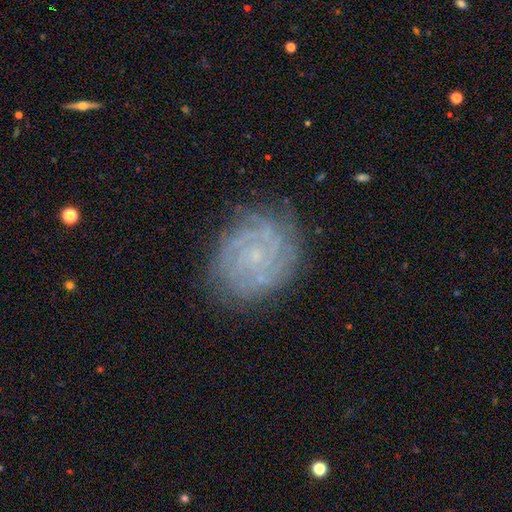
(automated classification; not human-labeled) A featured or disk galaxy (80%) with no bar (77%), tight (78%) spiral arms (95%) and a small central bulge (82%). Merging: none (80%).